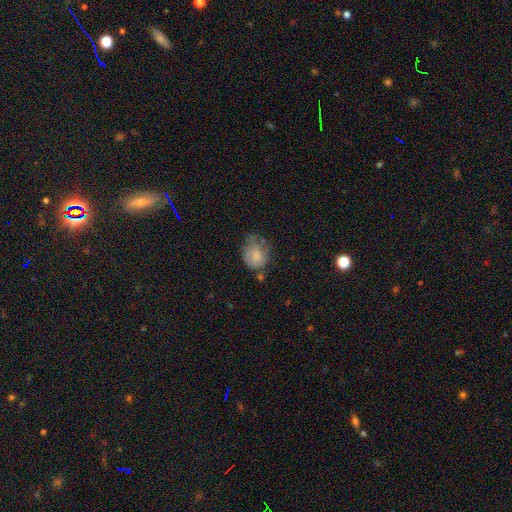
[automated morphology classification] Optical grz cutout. It shows a smooth galaxy with no disk features (70%) that is round (54%). Merging: none (37%).